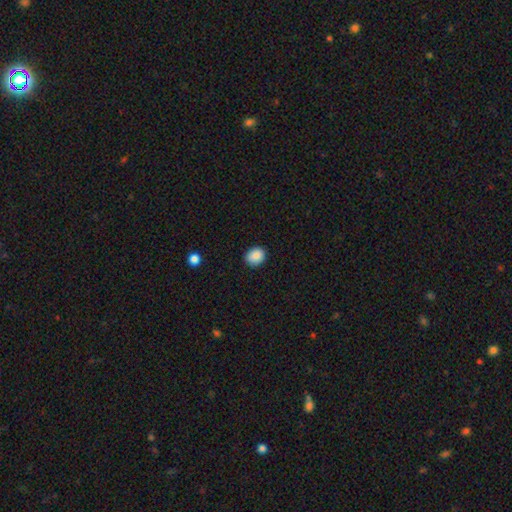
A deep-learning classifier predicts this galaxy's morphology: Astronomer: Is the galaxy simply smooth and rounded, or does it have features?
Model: smooth — 88%.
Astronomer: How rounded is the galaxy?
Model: round — 60% (runner-up: in between, 39%).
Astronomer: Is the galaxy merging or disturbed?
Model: none — 86%.